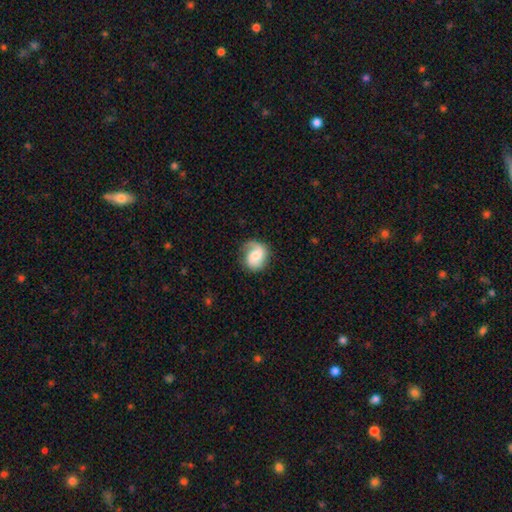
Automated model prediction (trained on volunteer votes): The model was most divided on "bulge size": moderate: 48%, small: 33%, large: 11%, none: 6%, dominant: 2%. More confident: edge-on disk — no (98%); spiral arms — yes (91%); merging — none (67%); bar — no (57%); smooth or featured — featured or disk (55%).